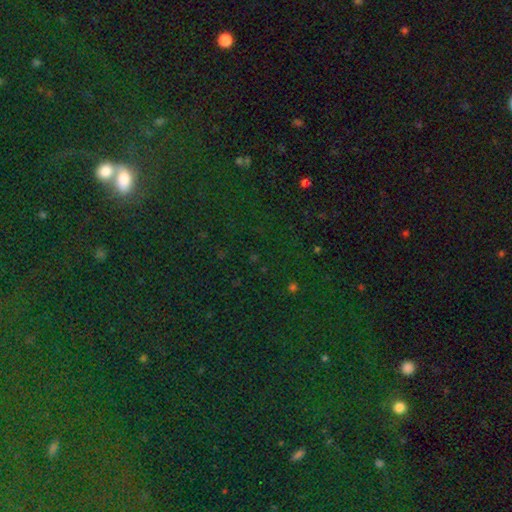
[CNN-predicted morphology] Smooth or featured? Predicted: star or artifact (p=0.77).